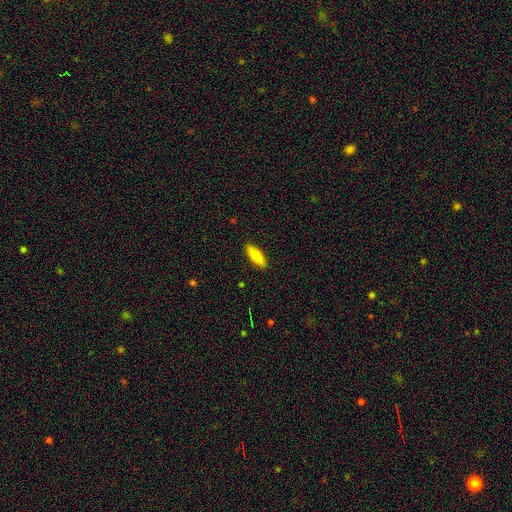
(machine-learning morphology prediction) smooth 77%, featured or disk 17%, star or artifact 6%. Down the decision tree: how rounded — in between (53%); merging — none (90%).